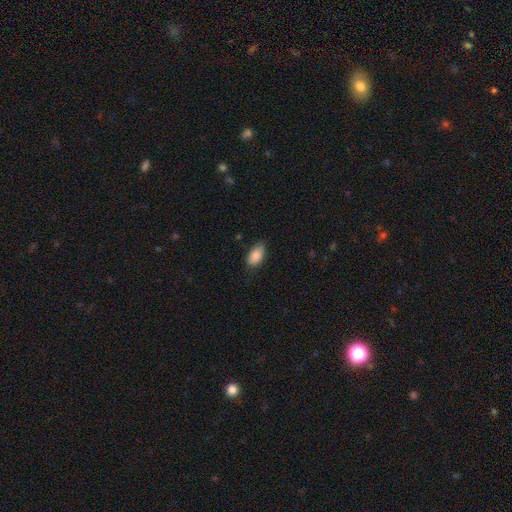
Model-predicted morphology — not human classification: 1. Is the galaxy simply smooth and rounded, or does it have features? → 86% smooth, 7% featured or disk, 7% star or artifact.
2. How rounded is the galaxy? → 93% in between, 4% round, 3% cigar-shaped.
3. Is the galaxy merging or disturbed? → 71% none, 24% minor disturbance, 4% major disturbance, 1% merger.